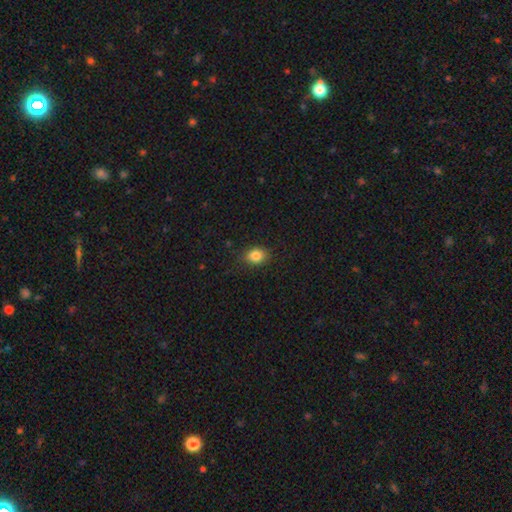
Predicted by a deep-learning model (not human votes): Smooth or featured? smooth (84%)
How rounded? in between (56%)
Merging? none (84%)